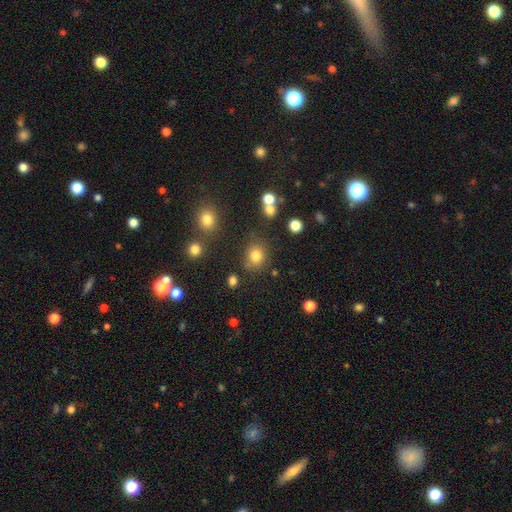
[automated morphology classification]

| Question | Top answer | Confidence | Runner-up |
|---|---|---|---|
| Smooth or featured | smooth | 79% | star or artifact (15%) |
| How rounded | round | 79% | in between (20%) |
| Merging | none | 75% | minor disturbance (12%) |